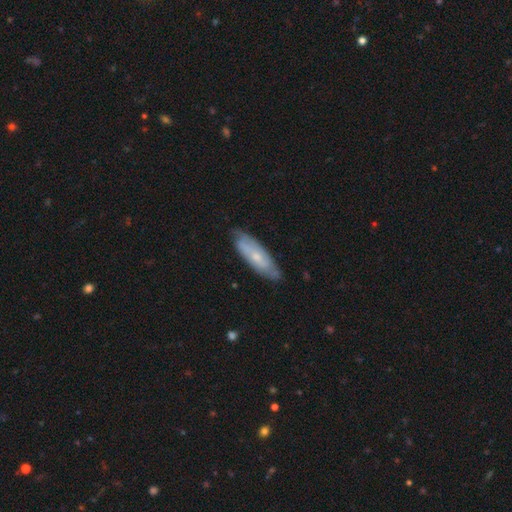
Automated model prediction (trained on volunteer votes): Smooth or featured: featured or disk — 53% (smooth — 41%)
Edge-on disk: no — 72% (yes — 28%)
Merging: none — 78% (minor disturbance — 18%)